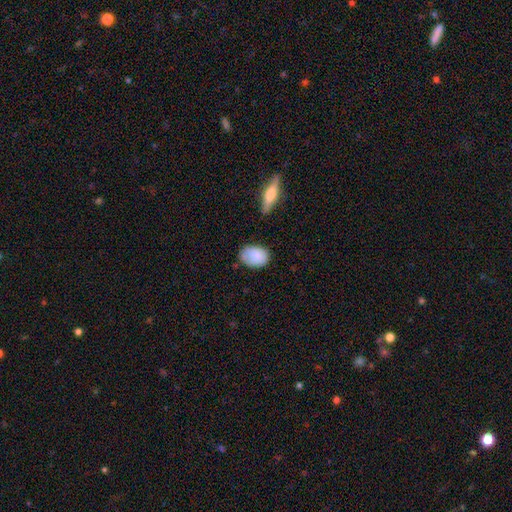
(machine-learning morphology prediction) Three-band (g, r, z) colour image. It shows a smooth galaxy with no disk features (86%) that is in between round and cigar-shaped (82%). Merging: none (63%).